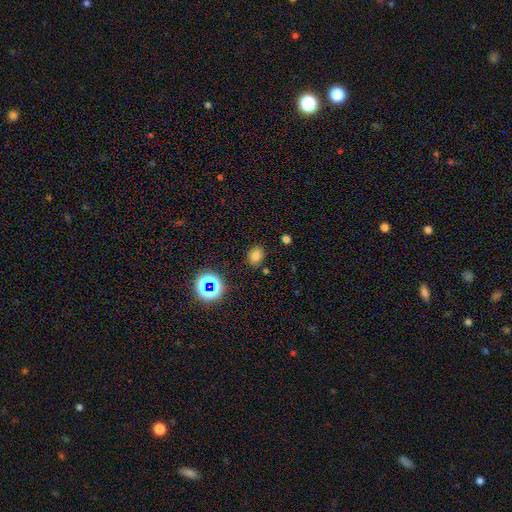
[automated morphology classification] This is likely a smooth galaxy (74%). How rounded: possibly in between (57%). Merging: clearly none (83%).